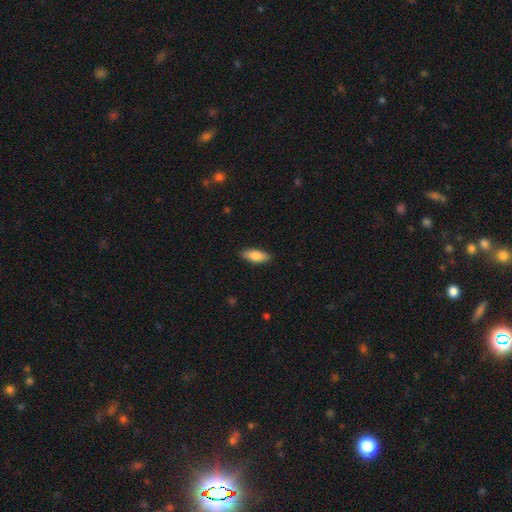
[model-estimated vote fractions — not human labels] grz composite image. It shows a smooth galaxy with no disk features (81%) that is in between round and cigar-shaped (71%). Merging: none (88%).